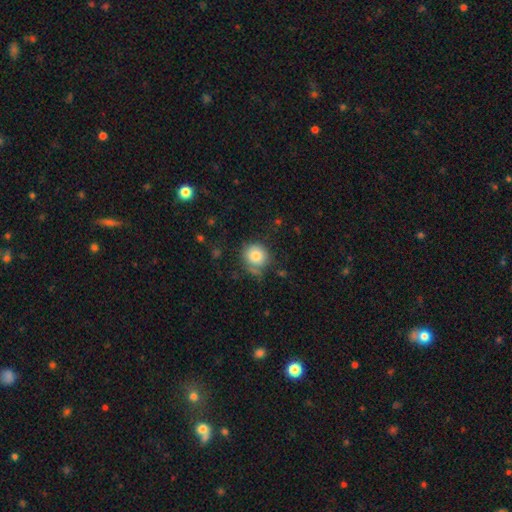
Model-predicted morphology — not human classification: type=smooth (81%); roundness=round (89%); merging=none (69%).